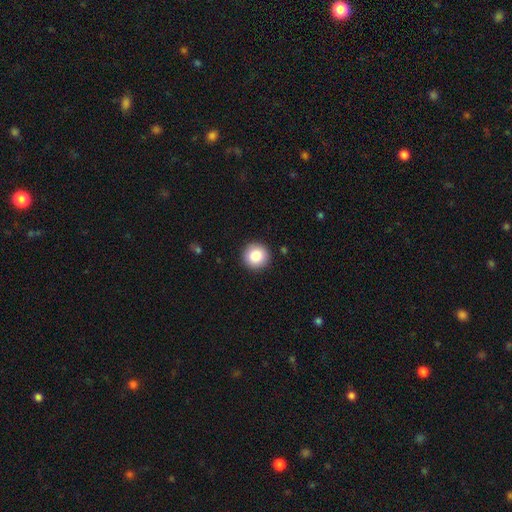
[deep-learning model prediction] The model was most divided on "smooth or featured": smooth: 85%, star or artifact: 8%, featured or disk: 6%. More confident: how rounded — round (95%); merging — none (92%).